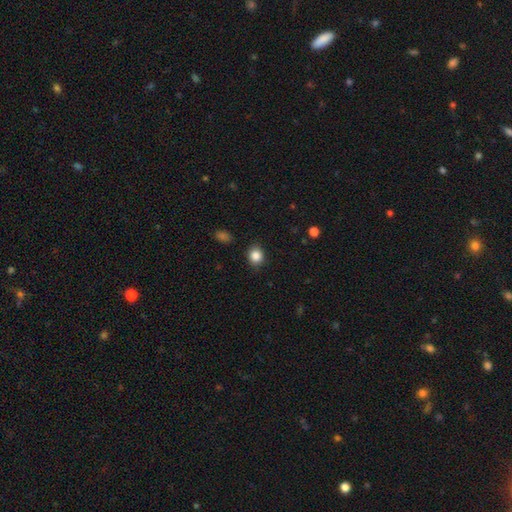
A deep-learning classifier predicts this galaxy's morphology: smooth-or-featured: smooth: 86% | star or artifact: 10% | featured or disk: 4%
  how-rounded: round: 71% | in between: 28% | cigar-shaped: 1%
  merging: none: 87% | minor disturbance: 9% | major disturbance: 2% | merger: 1%